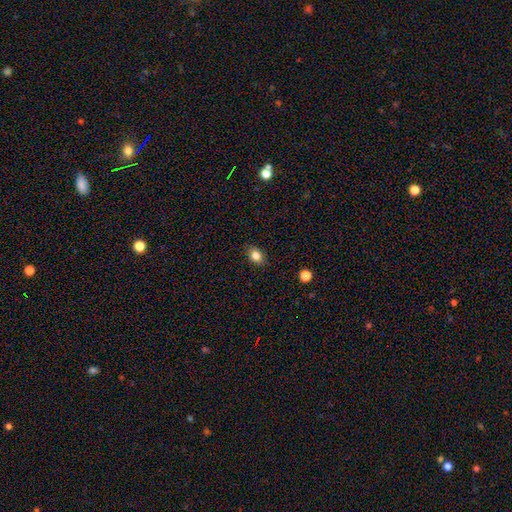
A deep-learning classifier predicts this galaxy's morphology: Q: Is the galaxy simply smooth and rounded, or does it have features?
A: smooth — 82%.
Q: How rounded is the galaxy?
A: in between — 66%.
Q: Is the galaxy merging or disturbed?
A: none — 87%.